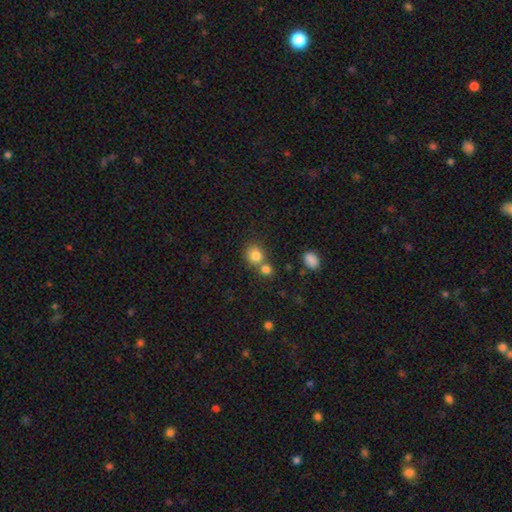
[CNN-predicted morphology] This appears to be a smooth galaxy with no disk features (81%) that is round (79%). Merging: none (51%).